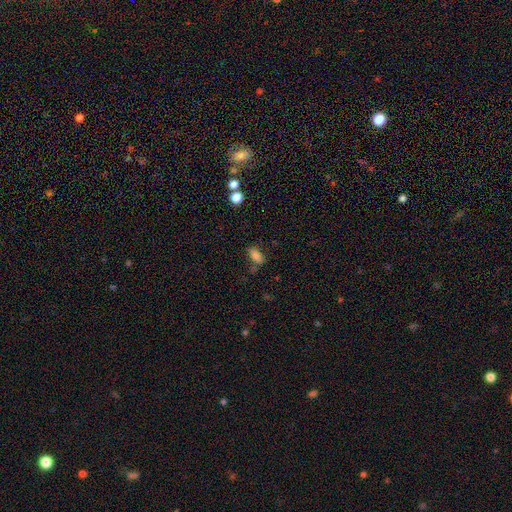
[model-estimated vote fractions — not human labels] A smooth galaxy with no disk features (81%) that is in between round and cigar-shaped (87%). Merging: none (66%).